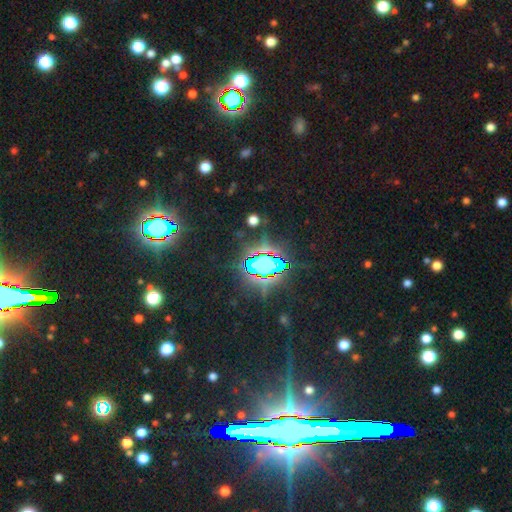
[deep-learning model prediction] A star or artifact, not a galaxy (82%).

Vote fractions:
- Smooth or featured? star or artifact: 82% / smooth: 10% / featured or disk: 8%